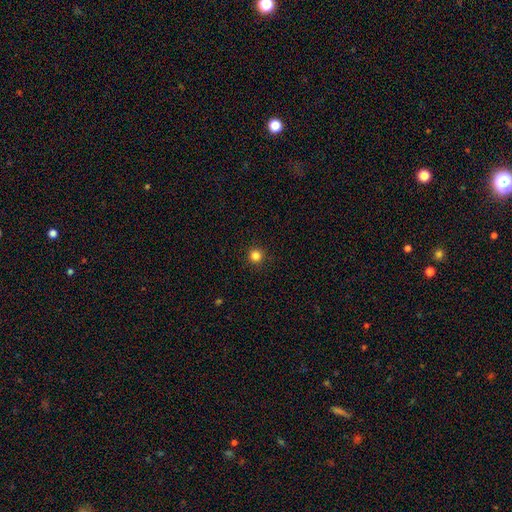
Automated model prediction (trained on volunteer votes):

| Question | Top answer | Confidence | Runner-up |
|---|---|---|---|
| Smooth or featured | smooth | 84% | star or artifact (13%) |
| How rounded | round | 96% | in between (3%) |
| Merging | none | 92% | minor disturbance (5%) |